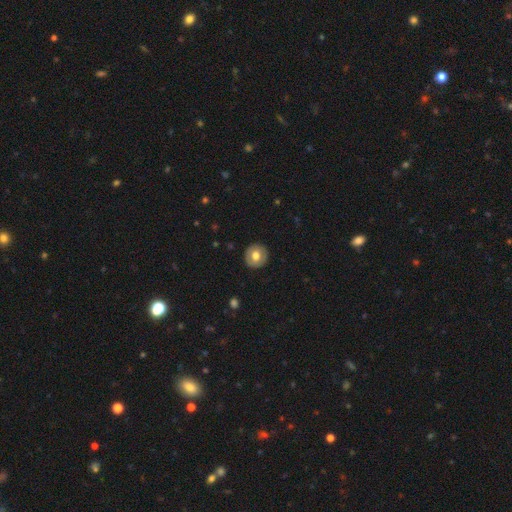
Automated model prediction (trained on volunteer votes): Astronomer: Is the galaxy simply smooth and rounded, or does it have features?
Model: smooth — 66%.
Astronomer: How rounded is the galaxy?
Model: round — 92%.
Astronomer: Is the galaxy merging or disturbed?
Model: none — 90%.